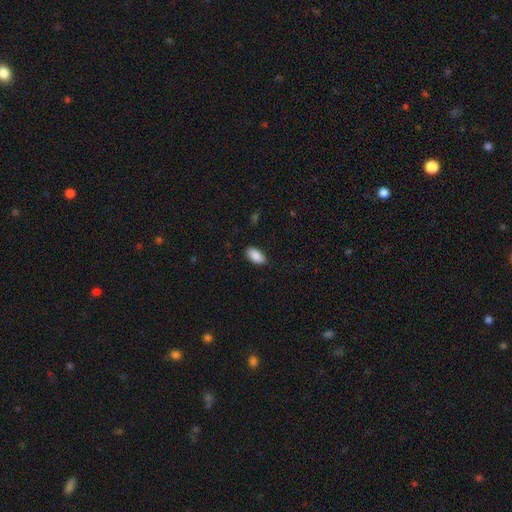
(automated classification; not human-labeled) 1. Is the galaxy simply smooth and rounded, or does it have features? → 89% smooth, 7% star or artifact, 4% featured or disk.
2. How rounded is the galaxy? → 94% in between, 4% cigar-shaped, 3% round.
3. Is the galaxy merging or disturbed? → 85% none, 12% minor disturbance, 2% major disturbance, 1% merger.